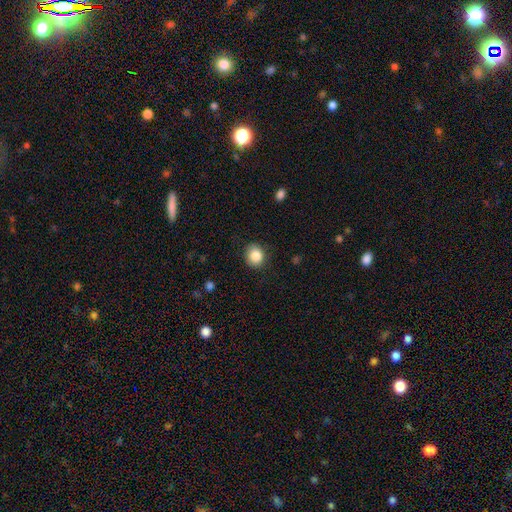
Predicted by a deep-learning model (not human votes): smooth-or-featured: smooth: 86% | star or artifact: 9% | featured or disk: 5%
  how-rounded: round: 77% | in between: 22% | cigar-shaped: 1%
  merging: none: 86% | minor disturbance: 10% | major disturbance: 3% | merger: 1%